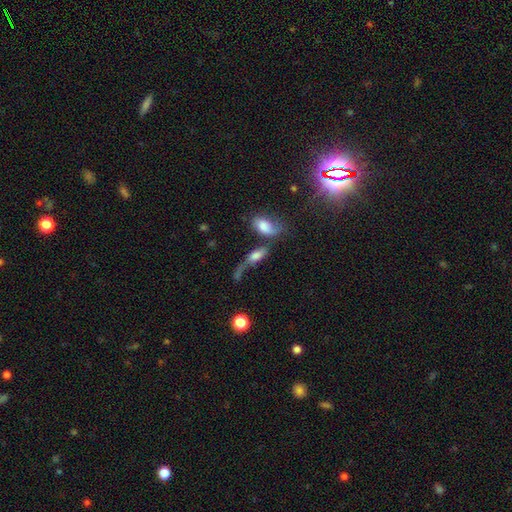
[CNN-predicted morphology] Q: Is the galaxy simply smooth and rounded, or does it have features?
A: smooth — 56%.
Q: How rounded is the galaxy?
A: in between — 71%.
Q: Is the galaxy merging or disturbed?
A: merger — 37%.